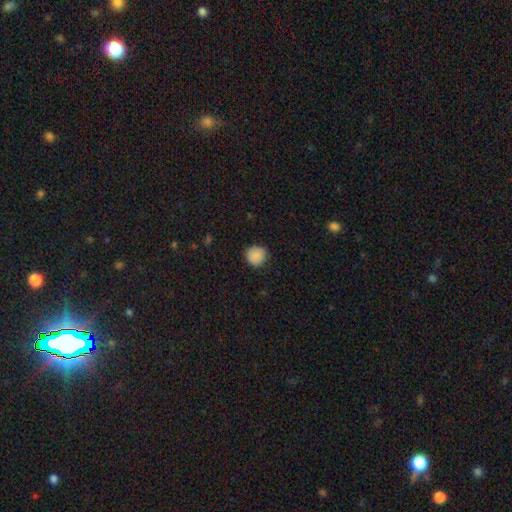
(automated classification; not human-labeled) Smooth or featured: smooth — 87% (star or artifact — 9%)
How rounded: round — 88% (in between — 11%)
Merging: none — 84% (minor disturbance — 13%)